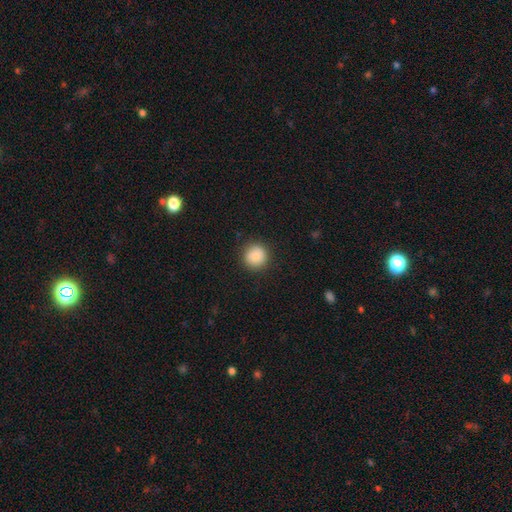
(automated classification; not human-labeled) smooth-or-featured: smooth: 86% | star or artifact: 9% | featured or disk: 5%
  how-rounded: round: 94% | in between: 5% | cigar-shaped: 1%
  merging: none: 90% | minor disturbance: 7% | major disturbance: 2% | merger: 1%